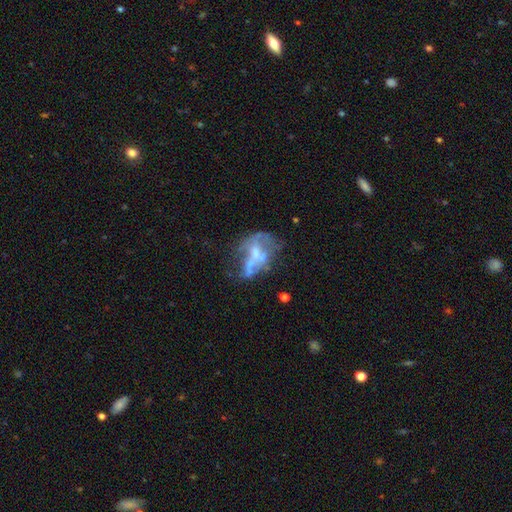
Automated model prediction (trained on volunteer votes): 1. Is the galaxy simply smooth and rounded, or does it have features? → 66% featured or disk, 22% smooth, 13% star or artifact.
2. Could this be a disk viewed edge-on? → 97% no, 3% yes.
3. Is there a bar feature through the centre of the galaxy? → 78% no, 16% weak, 6% strong.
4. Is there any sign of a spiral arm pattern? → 86% no, 14% yes.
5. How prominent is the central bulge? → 39% none, 29% moderate, 26% small, 4% large, 1% dominant.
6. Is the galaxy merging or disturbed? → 31% none, 29% major disturbance, 23% merger, 17% minor disturbance.